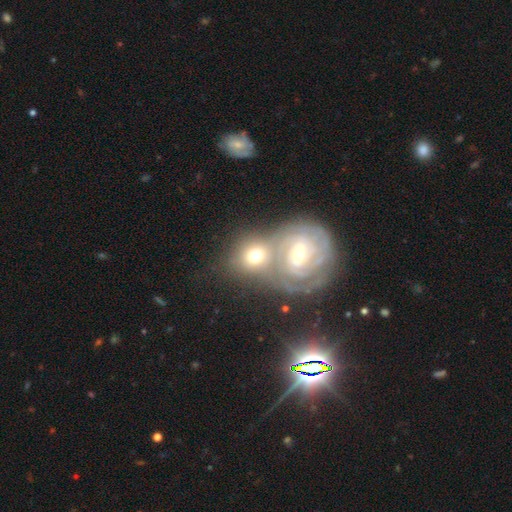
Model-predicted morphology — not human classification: The model was most divided on "smooth or featured": featured or disk: 53%, smooth: 38%, star or artifact: 8%. More confident: edge-on disk — no (95%); spiral arms — yes (86%); bulge size — moderate (62%); merging — merger (52%); bar — no (50%).